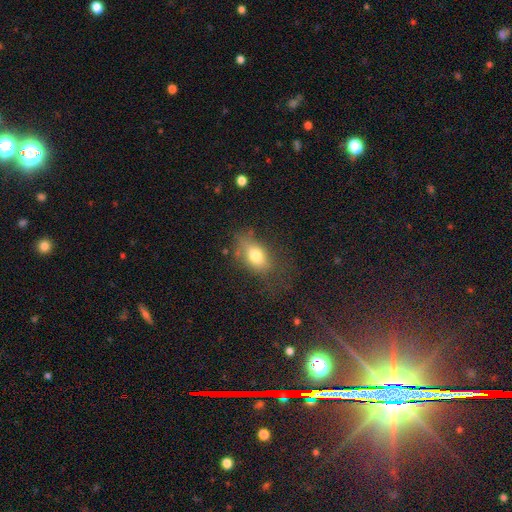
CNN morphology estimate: Overall: smooth (74%). How rounded: in between (80%). Merging: none (53%; minor disturbance 26%).